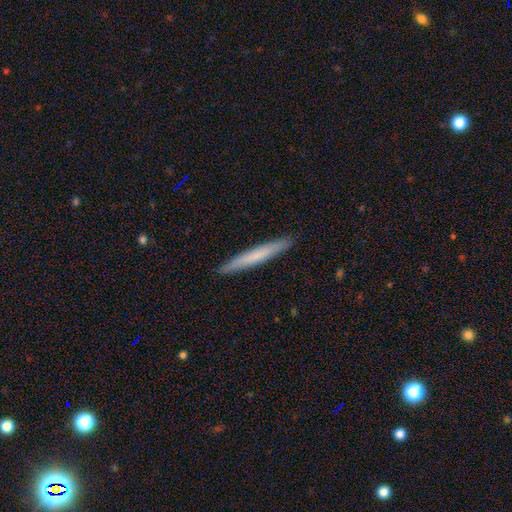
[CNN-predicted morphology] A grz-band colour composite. It shows a smooth galaxy with no disk features (64%) that is cigar-shaped (97%). Merging: none (92%).